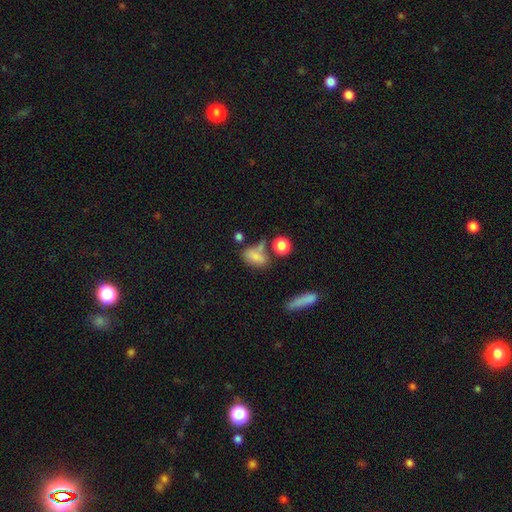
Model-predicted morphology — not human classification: Smooth or featured? smooth (75%)
How rounded? in between (79%)
Merging? none (43%)